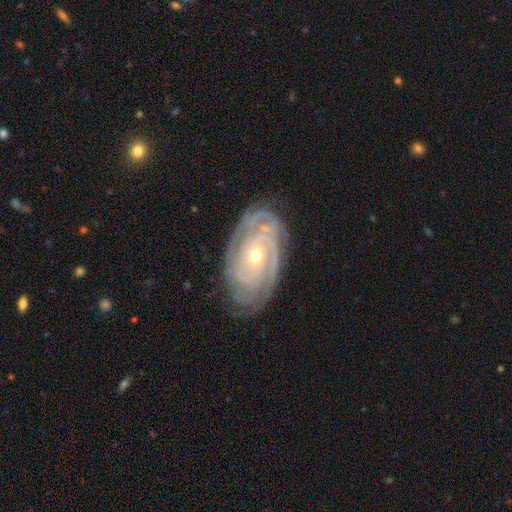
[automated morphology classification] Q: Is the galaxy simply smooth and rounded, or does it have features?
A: featured or disk — 89%.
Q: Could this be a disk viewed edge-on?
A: no — 95%.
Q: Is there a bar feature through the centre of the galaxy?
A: no — 70%.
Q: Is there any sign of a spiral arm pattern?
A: yes — 97%.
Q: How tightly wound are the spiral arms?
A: tight — 83%.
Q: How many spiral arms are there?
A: can't tell — 29%.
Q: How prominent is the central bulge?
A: small — 52%.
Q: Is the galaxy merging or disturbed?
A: none — 78%.